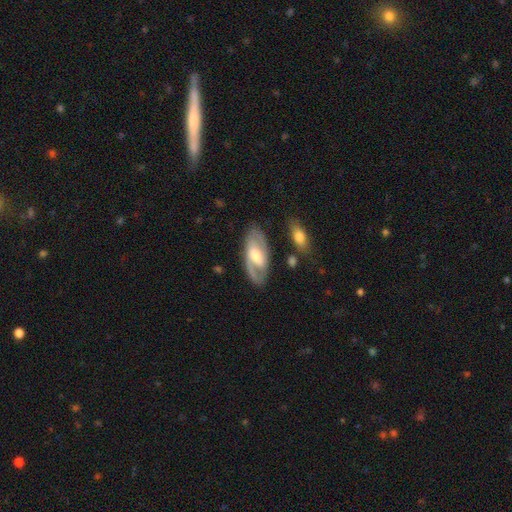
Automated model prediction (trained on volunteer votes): Smooth or featured?
  - featured or disk: 70% *
  - smooth: 24%
  - star or artifact: 5%
Edge-on disk?
  - no: 91% *
  - yes: 9%
Bar?
  - weak: 44% *
  - strong: 30%
  - no: 25%
Spiral arms?
  - yes: 80% *
  - no: 20%
Spiral winding?
  - medium: 46% *
  - tight: 35%
  - loose: 19%
Spiral arm count?
  - 2: 72% *
  - can't tell: 13%
  - 1: 11%
  - 3: 2%
  - 4: 1%
  - more than 4: 1%
Bulge size?
  - moderate: 59% *
  - small: 24%
  - large: 13%
  - none: 3%
  - dominant: 1%
Merging?
  - none: 75% *
  - minor disturbance: 16%
  - major disturbance: 6%
  - merger: 3%